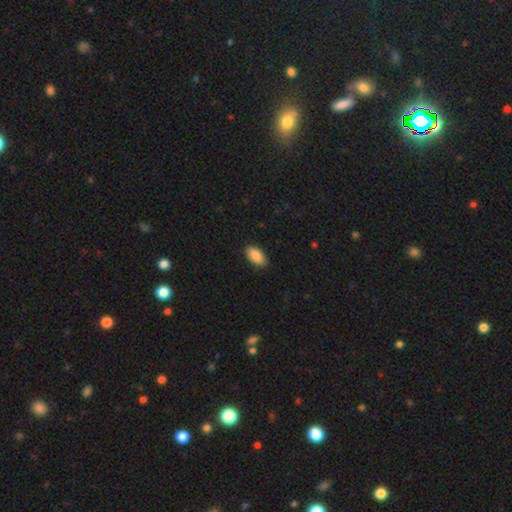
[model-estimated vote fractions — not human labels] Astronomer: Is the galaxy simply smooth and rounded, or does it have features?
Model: smooth — 89%.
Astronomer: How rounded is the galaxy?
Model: in between — 94%.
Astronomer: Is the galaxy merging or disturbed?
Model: none — 87%.